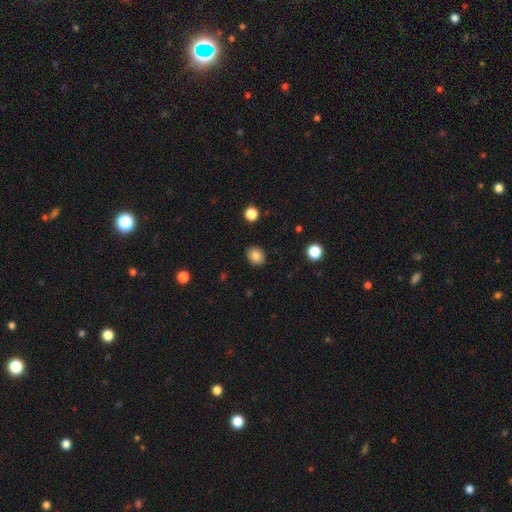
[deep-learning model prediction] smooth-or-featured: smooth: 83% | star or artifact: 10% | featured or disk: 7%
  how-rounded: round: 59% | in between: 40% | cigar-shaped: 1%
  merging: none: 89% | minor disturbance: 8% | major disturbance: 2% | merger: 1%